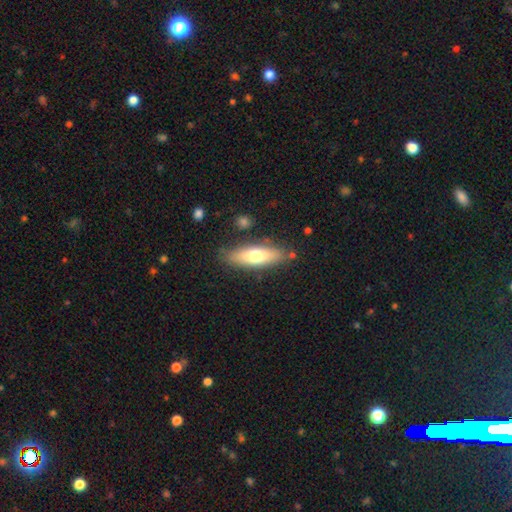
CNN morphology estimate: smooth_or_featured: smooth (p=0.64) [alt: featured or disk p=0.29]
how_rounded: cigar-shaped (p=0.50) [alt: in between p=0.47]
merging: none (p=0.82) [alt: minor disturbance p=0.12]